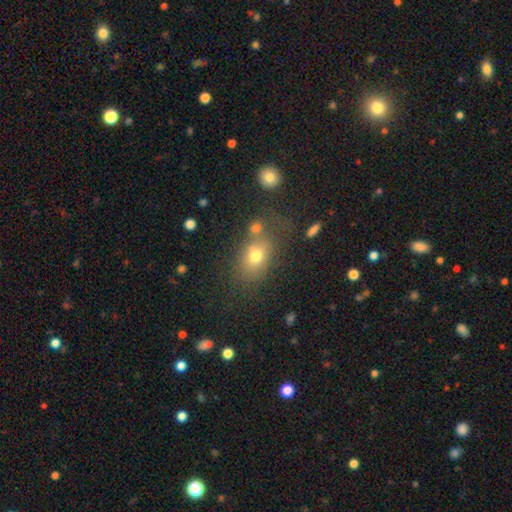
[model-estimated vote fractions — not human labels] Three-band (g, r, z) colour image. It shows a smooth galaxy with no disk features (71%) that is in between round and cigar-shaped (72%). Merging: none (58%).